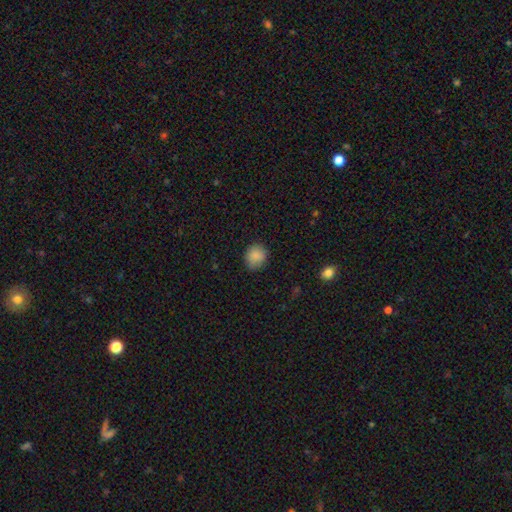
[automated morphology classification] This appears to be a smooth galaxy with no disk features (87%) that is round (73%). Merging: none (82%).